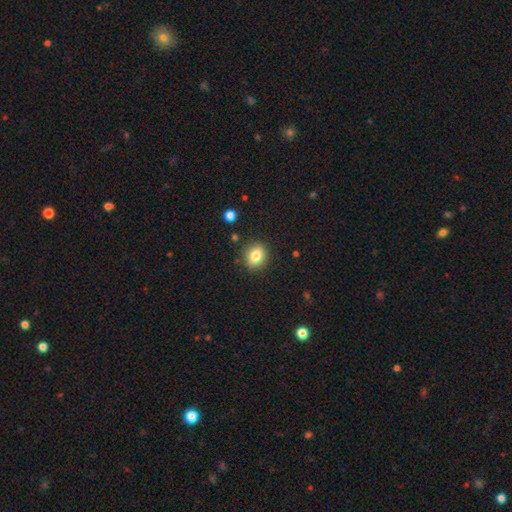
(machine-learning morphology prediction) Smooth or featured? Predicted: smooth (p=0.82). How rounded? Predicted: round (p=0.59). Merging? Predicted: none (p=0.87).